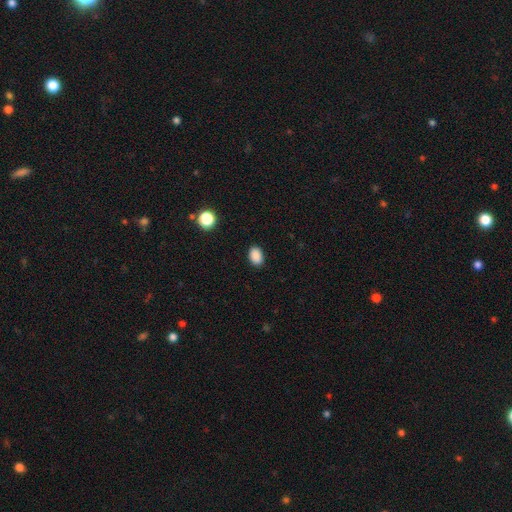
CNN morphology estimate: Smooth or featured? smooth (88%)
How rounded? in between (79%)
Merging? none (89%)